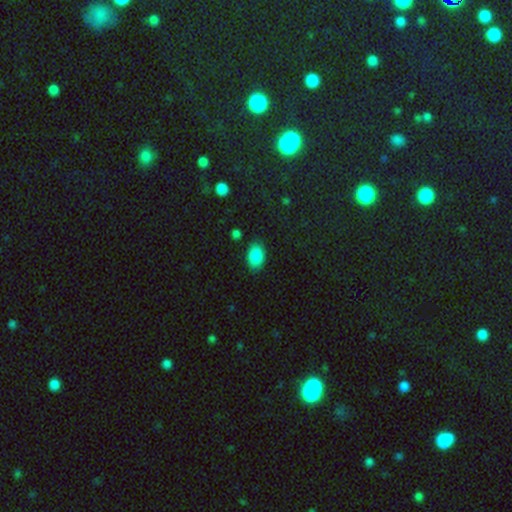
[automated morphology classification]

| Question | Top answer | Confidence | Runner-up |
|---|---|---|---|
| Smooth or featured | smooth | 87% | star or artifact (7%) |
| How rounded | in between | 89% | round (10%) |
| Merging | none | 82% | minor disturbance (14%) |